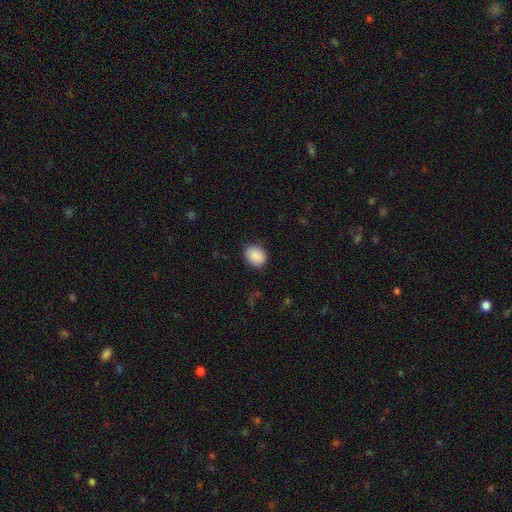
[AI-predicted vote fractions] Smooth or featured?
  - smooth: 89% *
  - star or artifact: 7%
  - featured or disk: 4%
How rounded?
  - in between: 51% *
  - round: 49%
  - cigar-shaped: 1%
Merging?
  - none: 86% *
  - minor disturbance: 10%
  - major disturbance: 3%
  - merger: 1%